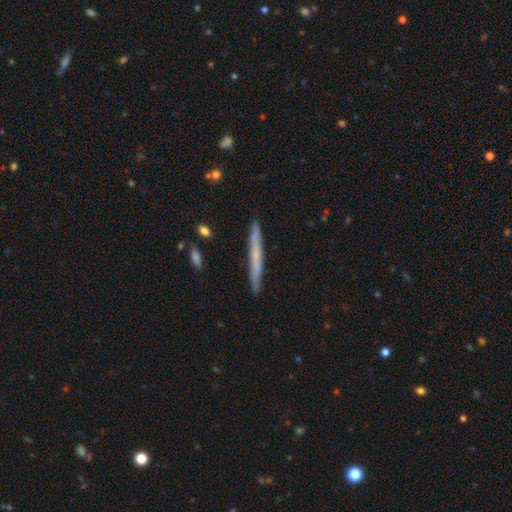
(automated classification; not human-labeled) A smooth galaxy with no disk features (51%) that is cigar-shaped (97%).

Vote fractions:
- Smooth or featured? smooth: 51% / featured or disk: 43% / star or artifact: 6%
- How rounded? cigar-shaped: 97% / in between: 2% / round: 1%
- Merging? none: 90% / minor disturbance: 7% / major disturbance: 1% / merger: 1%